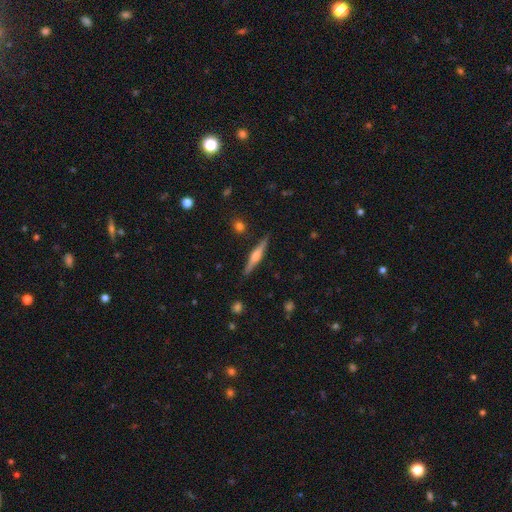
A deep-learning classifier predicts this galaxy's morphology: Smooth or featured: featured or disk — 69% (smooth — 25%)
Edge-on disk: yes — 98% (no — 2%)
Edge-on bulge: rounded — 85% (boxy — 10%)
Merging: none — 89% (minor disturbance — 8%)